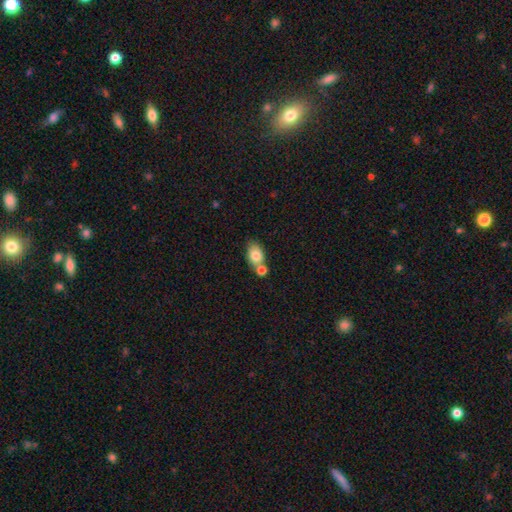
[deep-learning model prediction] smooth 79%, featured or disk 13%, star or artifact 8%. Down the decision tree: how rounded — in between (78%); merging — none (46%).